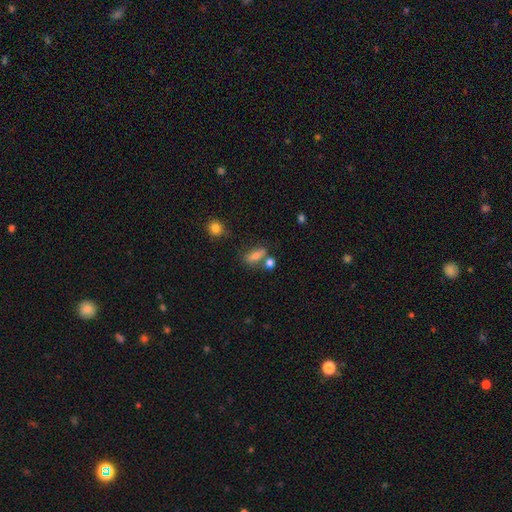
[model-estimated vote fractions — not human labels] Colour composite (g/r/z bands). It shows a smooth galaxy with no disk features (71%) that is in between round and cigar-shaped (70%). Merging: none (53%).